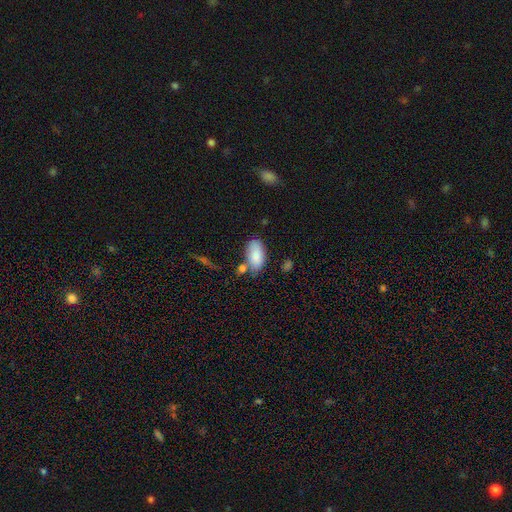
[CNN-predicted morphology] A smooth galaxy with no disk features (84%) that is in between round and cigar-shaped (94%). Merging: none (58%).